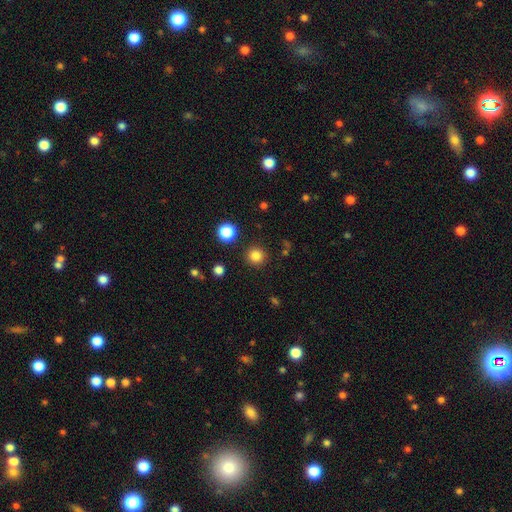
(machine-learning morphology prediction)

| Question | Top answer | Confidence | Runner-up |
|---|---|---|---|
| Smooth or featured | smooth | 83% | star or artifact (13%) |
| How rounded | round | 94% | in between (5%) |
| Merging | none | 90% | minor disturbance (6%) |